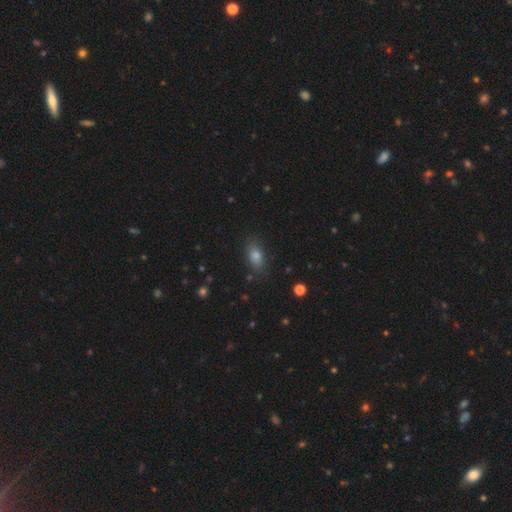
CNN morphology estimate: A smooth galaxy with no disk features (76%) that is in between round and cigar-shaped (81%).

Vote fractions:
- Smooth or featured? smooth: 76% / star or artifact: 14% / featured or disk: 9%
- How rounded? in between: 81% / round: 13% / cigar-shaped: 6%
- Merging? none: 84% / minor disturbance: 11% / major disturbance: 3% / merger: 2%